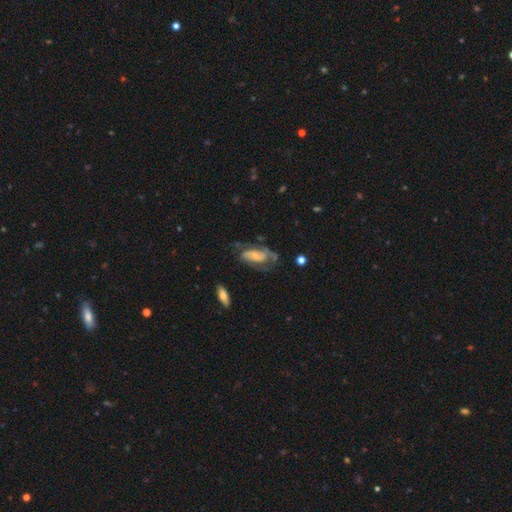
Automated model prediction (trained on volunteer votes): smooth-or-featured: featured or disk: 69% | smooth: 24% | star or artifact: 7%
  disk-edge-on: no: 93% | yes: 7%
    bar: no: 56% | weak: 33% | strong: 11%
    has-spiral-arms: yes: 82% | no: 18%
      spiral-winding: medium: 44% | tight: 31% | loose: 25%
      spiral-arm-count: 2: 61% | can't tell: 23% | 1: 7% | 3: 5% | 4: 2% | more than 4: 2%
    bulge-size: small: 53% | moderate: 31% | none: 9% | large: 6% | dominant: 1%
  merging: none: 46% | major disturbance: 26% | minor disturbance: 25% | merger: 3%